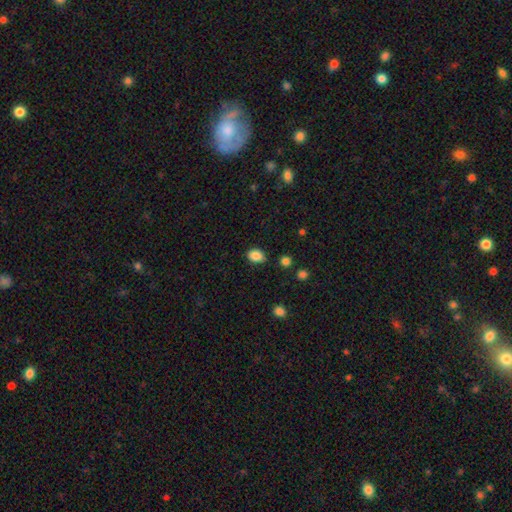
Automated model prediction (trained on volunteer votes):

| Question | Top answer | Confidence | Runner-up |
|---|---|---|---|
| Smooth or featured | smooth | 85% | star or artifact (10%) |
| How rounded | in between | 66% | round (33%) |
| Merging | none | 77% | minor disturbance (17%) |